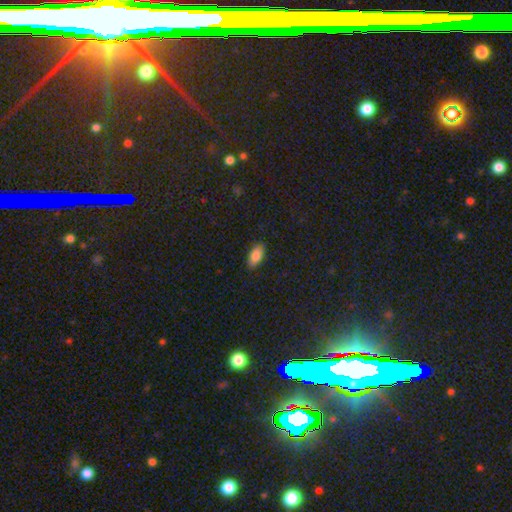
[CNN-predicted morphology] Smooth or featured: smooth — 84% (featured or disk — 8%)
How rounded: in between — 91% (cigar-shaped — 7%)
Merging: none — 87% (minor disturbance — 10%)